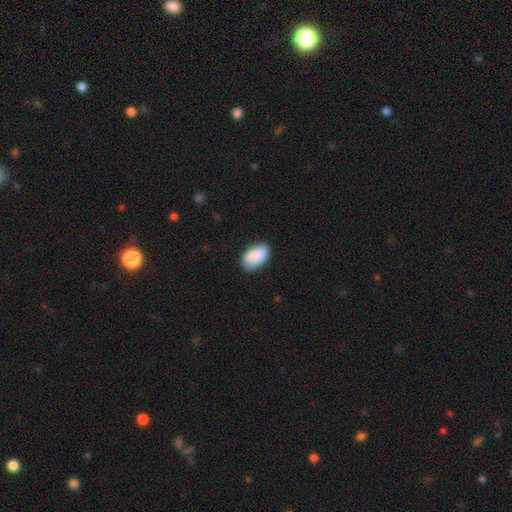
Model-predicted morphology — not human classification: Smooth or featured: smooth — 90% (star or artifact — 6%)
How rounded: in between — 93% (round — 5%)
Merging: none — 81% (minor disturbance — 15%)